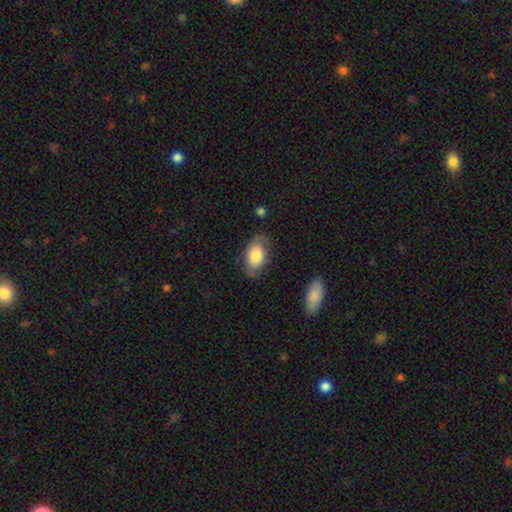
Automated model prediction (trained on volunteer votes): Smooth or featured: smooth — 77% (featured or disk — 16%)
How rounded: in between — 91% (round — 7%)
Merging: none — 71% (minor disturbance — 21%)